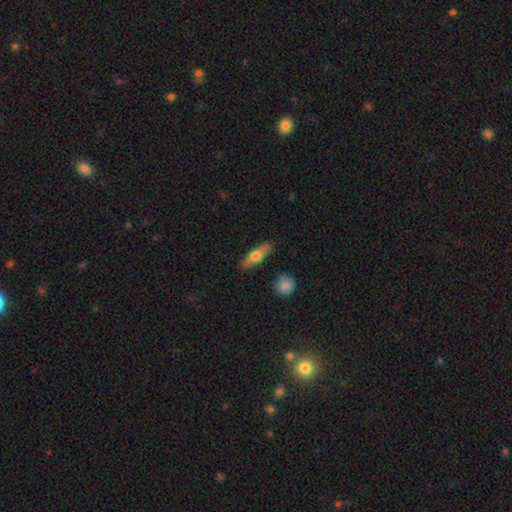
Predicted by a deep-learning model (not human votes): smooth-or-featured: smooth: 62% | featured or disk: 32% | star or artifact: 6%
  how-rounded: cigar-shaped: 51% | in between: 45% | round: 3%
  merging: none: 86% | minor disturbance: 10% | merger: 2% | major disturbance: 2%